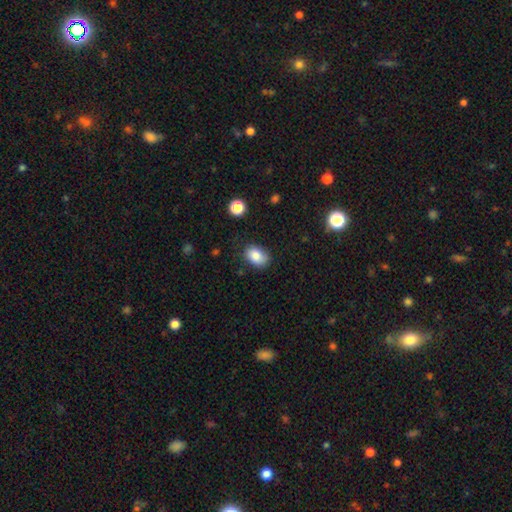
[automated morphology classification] Smooth or featured? smooth (85%)
How rounded? in between (77%)
Merging? none (76%)